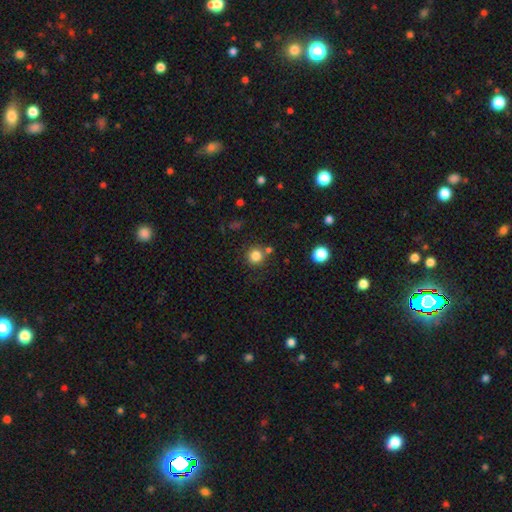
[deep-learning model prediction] The model was most divided on "merging": none: 78%, merger: 11%, minor disturbance: 9%, major disturbance: 3%. More confident: how rounded — round (93%); smooth or featured — smooth (83%).